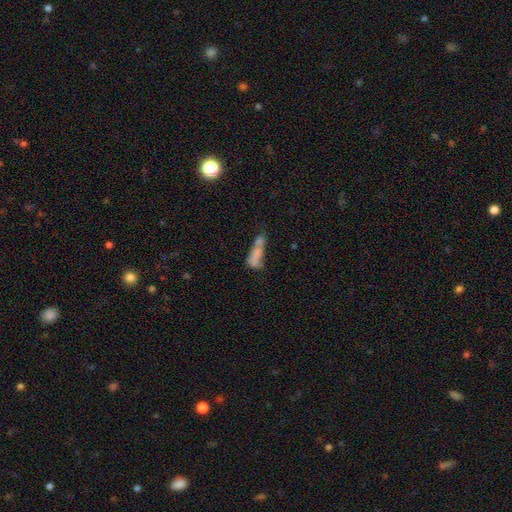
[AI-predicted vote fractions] Morphology: type=smooth (62%); roundness=in between (55%); merging=merger (41%).